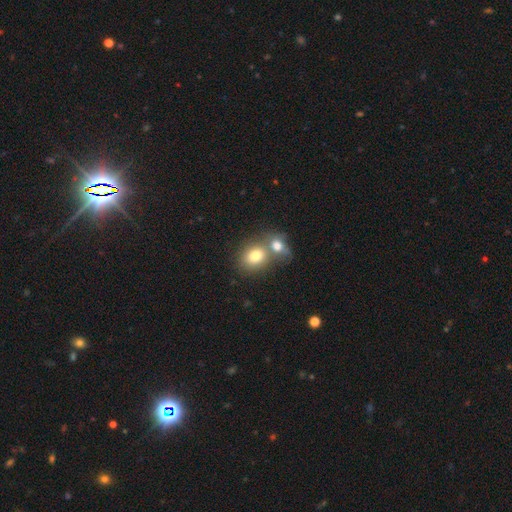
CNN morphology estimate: A smooth galaxy with no disk features (77%) that is in between round and cigar-shaped (50%). Merging: merger (56%).